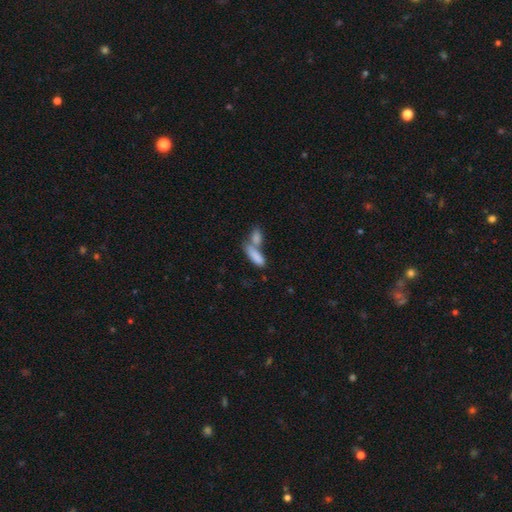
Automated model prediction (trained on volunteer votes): Q: Smooth or featured?
A: smooth (82%); runner-up: featured or disk (11%)
Q: How rounded?
A: in between (67%); runner-up: cigar-shaped (30%)
Q: Merging?
A: merger (60%); runner-up: none (28%)